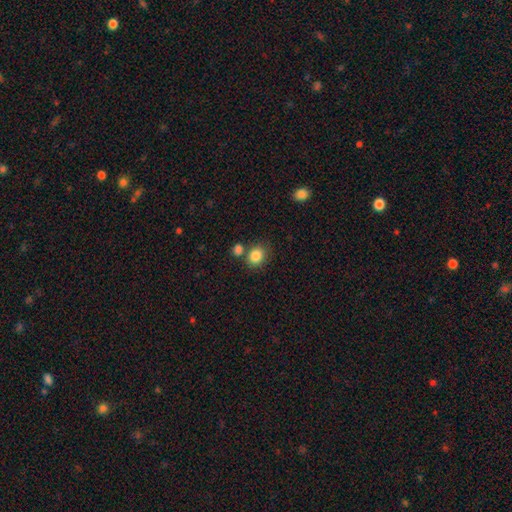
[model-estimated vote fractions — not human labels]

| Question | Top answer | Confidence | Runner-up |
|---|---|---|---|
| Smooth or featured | smooth | 86% | star or artifact (9%) |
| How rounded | round | 60% | in between (39%) |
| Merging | none | 65% | merger (20%) |